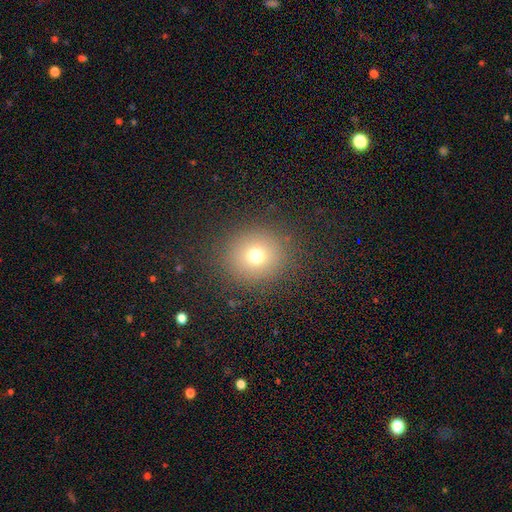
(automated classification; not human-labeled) Smooth or featured? smooth (71%)
How rounded? round (89%)
Merging? none (88%)